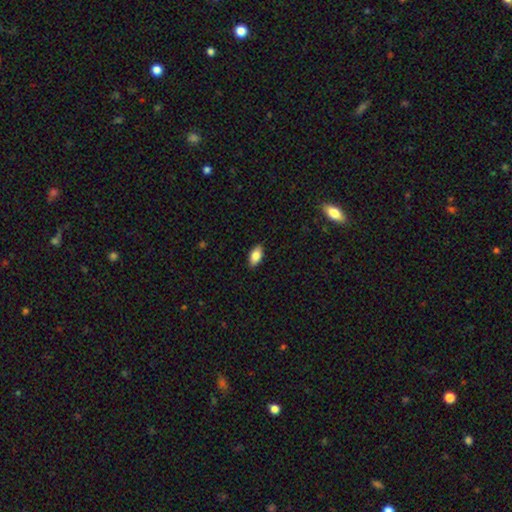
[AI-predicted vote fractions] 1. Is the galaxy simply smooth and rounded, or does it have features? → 83% smooth, 10% featured or disk, 7% star or artifact.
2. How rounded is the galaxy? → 91% in between, 5% cigar-shaped, 4% round.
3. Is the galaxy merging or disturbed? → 88% none, 9% minor disturbance, 2% major disturbance, 1% merger.